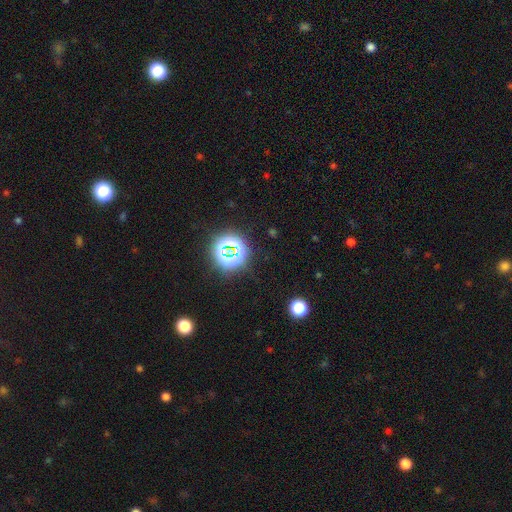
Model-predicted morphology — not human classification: Smooth or featured? Predicted: star or artifact (p=0.78).